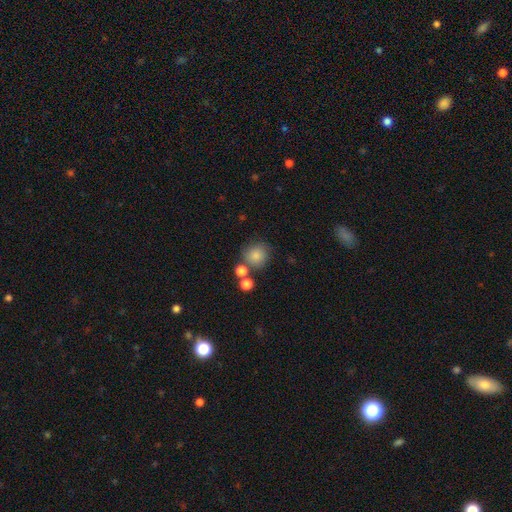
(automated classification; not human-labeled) Smooth or featured? smooth (83%)
How rounded? round (89%)
Merging? none (69%)